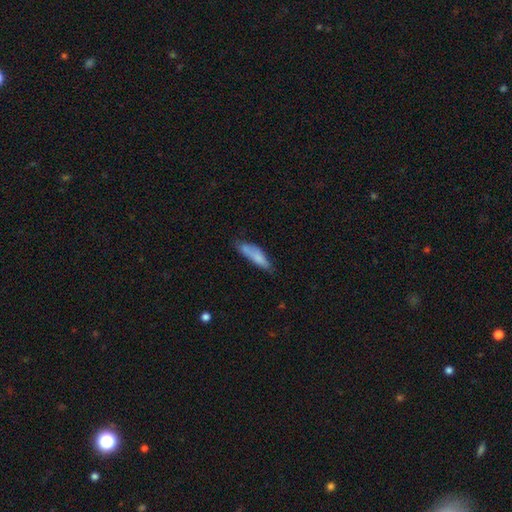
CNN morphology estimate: smooth 78%, featured or disk 16%, star or artifact 7%. Down the decision tree: how rounded — cigar-shaped (62%); merging — none (60%).